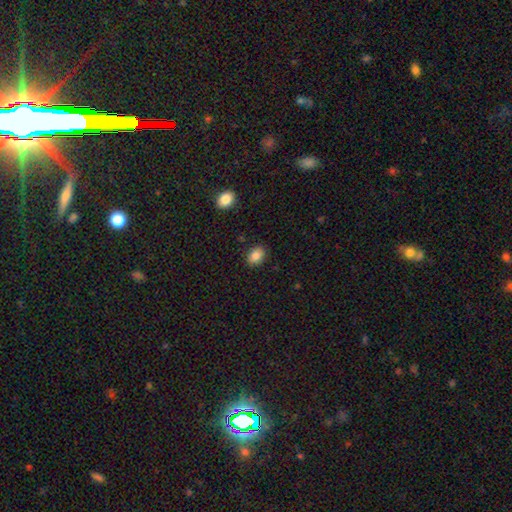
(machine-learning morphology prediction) Overall: smooth (85%). How rounded: in between (73%). Merging: none (87%).